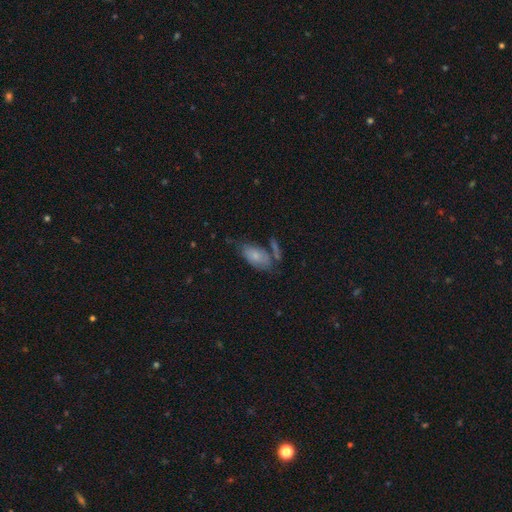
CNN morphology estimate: Q: Smooth or featured?
A: smooth (69%); runner-up: featured or disk (23%)
Q: How rounded?
A: in between (91%); runner-up: cigar-shaped (5%)
Q: Merging?
A: none (49%); runner-up: minor disturbance (26%)